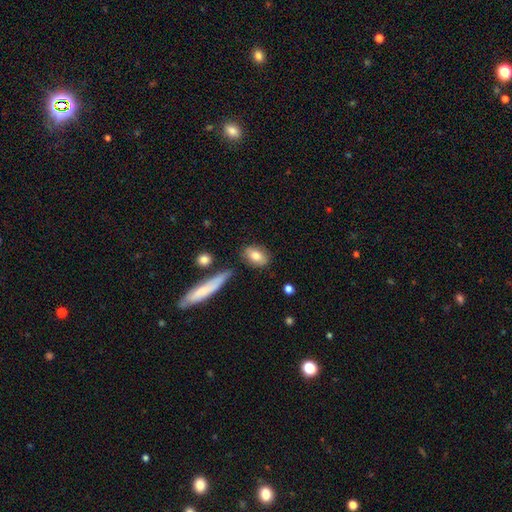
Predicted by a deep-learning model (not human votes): smooth 76%, featured or disk 17%, star or artifact 7%. Down the decision tree: how rounded — in between (82%); merging — none (77%).